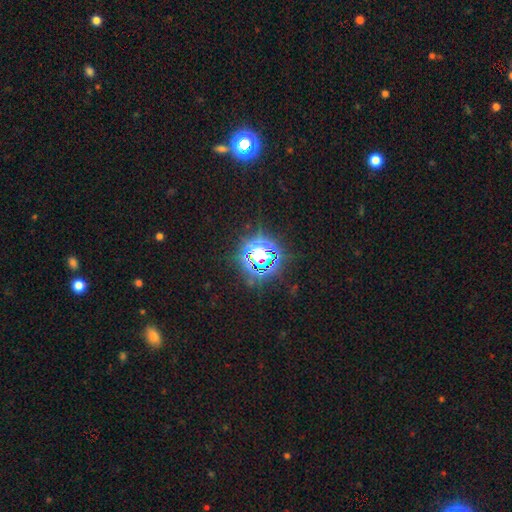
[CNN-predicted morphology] star or artifact 77%, smooth 14%, featured or disk 8%.